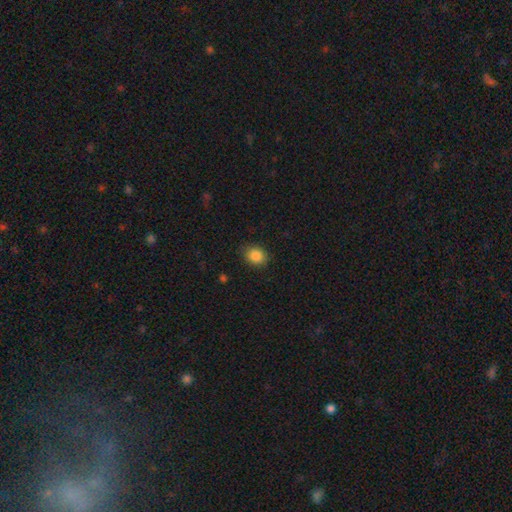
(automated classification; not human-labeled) Smooth or featured? Predicted: smooth (p=0.87). How rounded? Predicted: round (p=0.54). Merging? Predicted: none (p=0.84).